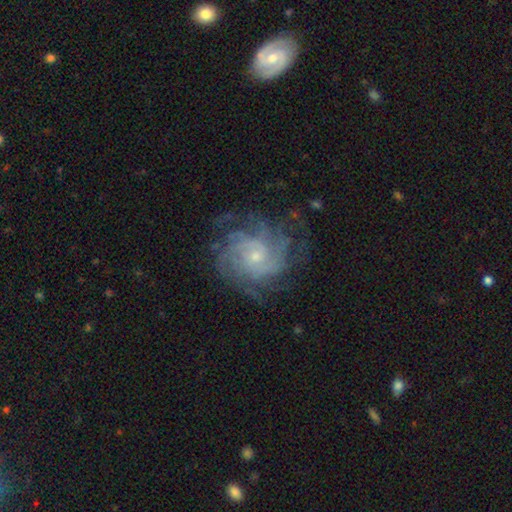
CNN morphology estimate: Smooth or featured: featured or disk — 83% (smooth — 9%)
Edge-on disk: no — 97% (yes — 3%)
Bar: no — 74% (weak — 22%)
Spiral arms: yes — 95% (no — 5%)
Spiral winding: tight — 62% (medium — 30%)
Spiral arm count: can't tell — 36% (4 — 23%)
Bulge size: small — 72% (moderate — 23%)
Merging: none — 71% (minor disturbance — 17%)